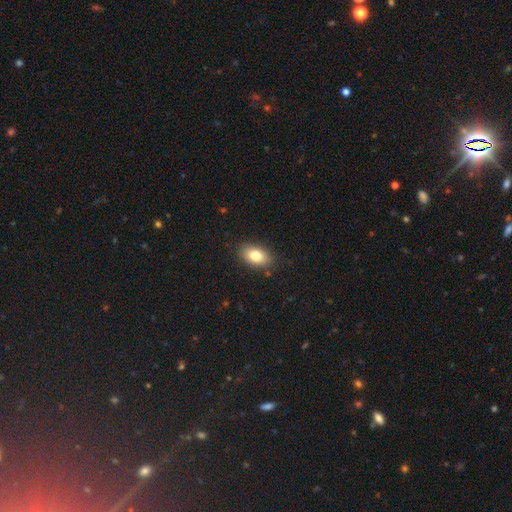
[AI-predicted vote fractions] Smooth or featured? smooth (80%)
How rounded? in between (90%)
Merging? none (87%)